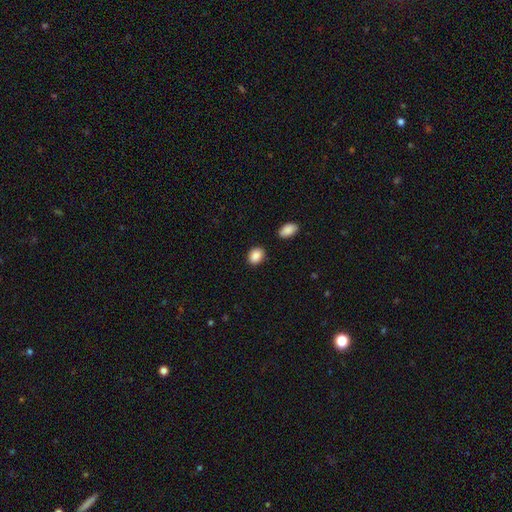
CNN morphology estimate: smooth_or_featured: smooth (p=0.89) [alt: star or artifact p=0.08]
how_rounded: in between (p=0.59) [alt: round p=0.40]
merging: none (p=0.85) [alt: minor disturbance p=0.10]